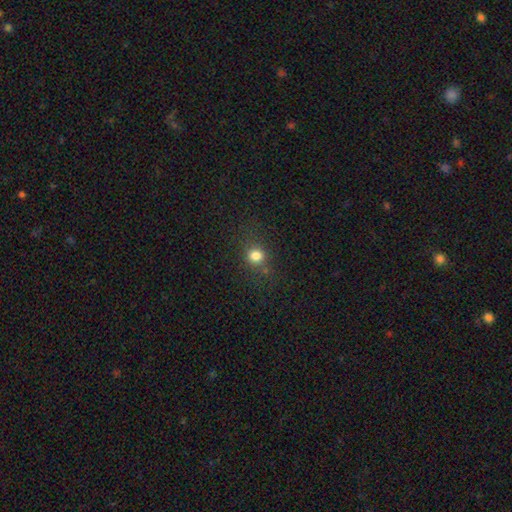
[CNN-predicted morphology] Overall: smooth (78%). How rounded: round (77%). Merging: none (75%).